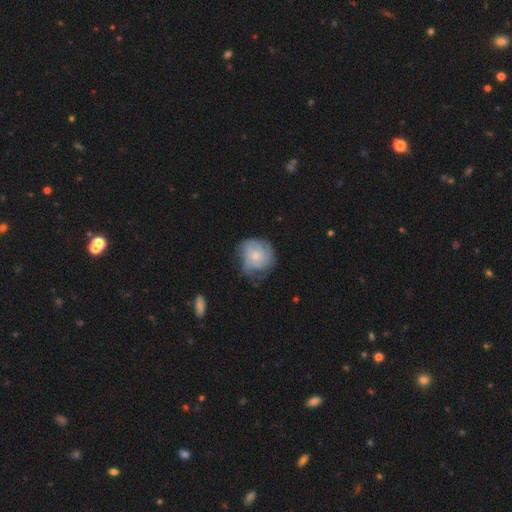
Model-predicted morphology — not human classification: Smooth or featured: featured or disk — 49% (smooth — 43%)
Merging: none — 51% (minor disturbance — 31%)